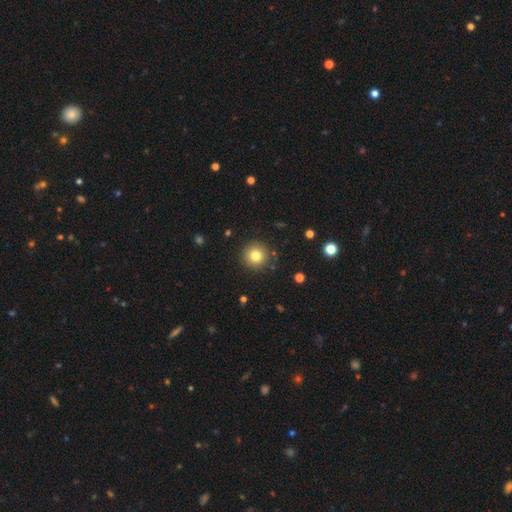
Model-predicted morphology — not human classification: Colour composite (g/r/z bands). It shows a smooth galaxy with no disk features (80%) that is round (95%). Merging: none (89%).